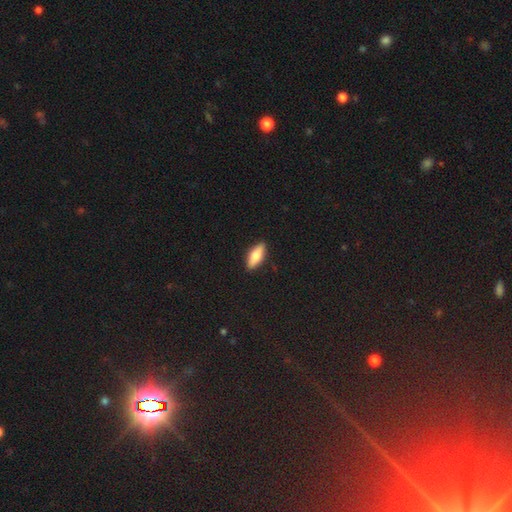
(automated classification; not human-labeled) Q: Smooth or featured?
A: smooth (68%); runner-up: featured or disk (25%)
Q: How rounded?
A: in between (64%); runner-up: cigar-shaped (33%)
Q: Merging?
A: none (90%); runner-up: minor disturbance (7%)